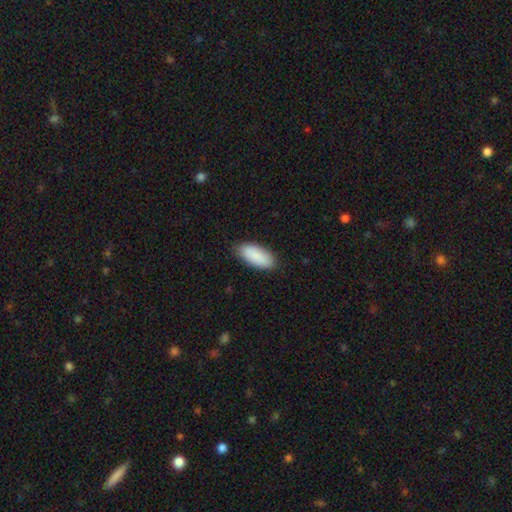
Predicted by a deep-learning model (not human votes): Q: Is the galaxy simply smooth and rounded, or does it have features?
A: smooth — 89%.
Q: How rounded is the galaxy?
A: in between — 88%.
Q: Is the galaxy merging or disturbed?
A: none — 85%.